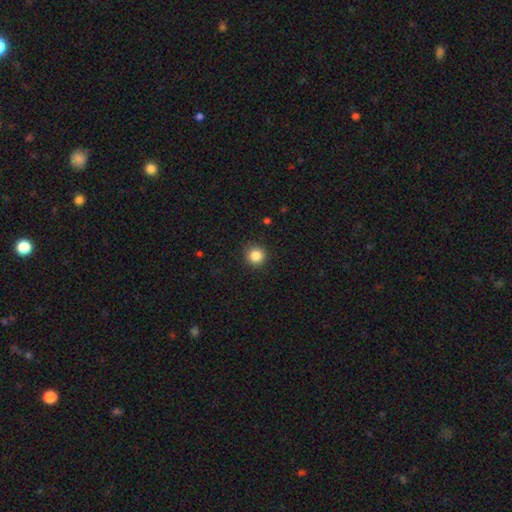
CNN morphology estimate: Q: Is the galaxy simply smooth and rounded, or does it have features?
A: smooth — 85%.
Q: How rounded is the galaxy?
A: round — 94%.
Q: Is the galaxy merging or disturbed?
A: none — 90%.